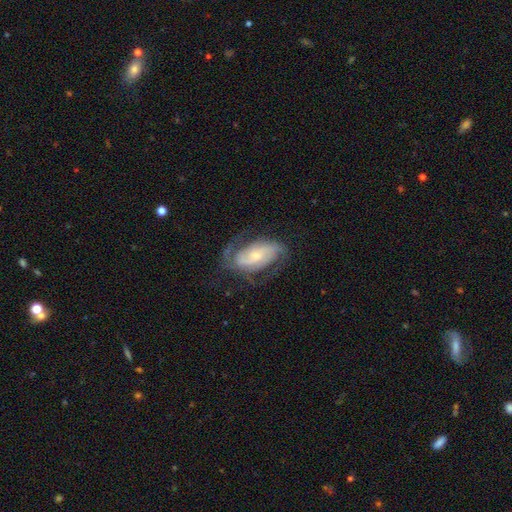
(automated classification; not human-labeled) This is clearly a featured or disk galaxy (82%). It is clearly not viewed edge-on (96%). Bar: possibly no (49%). Spiral arm pattern: clearly yes (93%). Spiral arm count: likely 2 (67%). Spiral winding: possibly medium (46%). Central bulge: likely small (63%). Merging: likely none (63%).